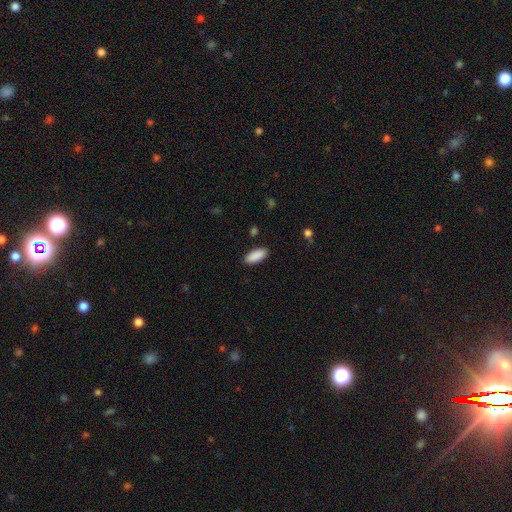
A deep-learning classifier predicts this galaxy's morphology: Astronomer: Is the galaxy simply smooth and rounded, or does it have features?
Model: smooth — 91%.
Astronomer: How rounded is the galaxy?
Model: in between — 85%.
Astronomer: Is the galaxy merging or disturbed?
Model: none — 89%.